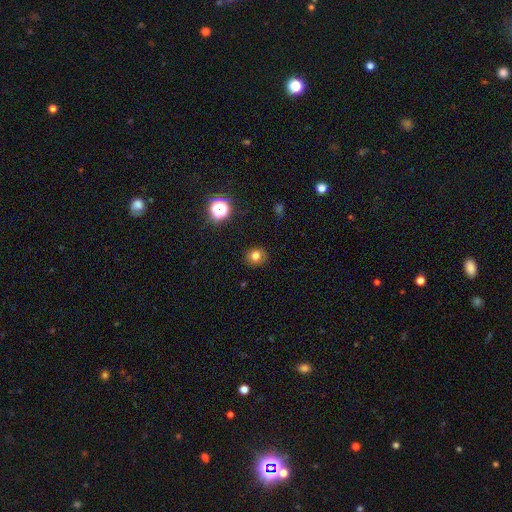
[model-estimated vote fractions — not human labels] Smooth or featured? Predicted: smooth (p=0.76). How rounded? Predicted: round (p=0.83). Merging? Predicted: none (p=0.87).